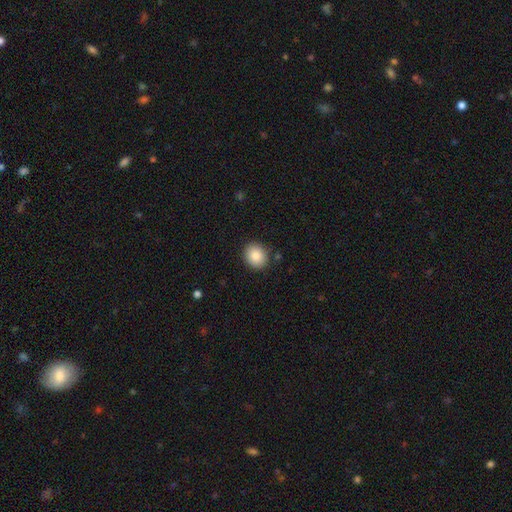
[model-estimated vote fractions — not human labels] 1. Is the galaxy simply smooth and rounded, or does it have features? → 86% smooth, 8% star or artifact, 6% featured or disk.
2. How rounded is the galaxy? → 67% round, 32% in between, 1% cigar-shaped.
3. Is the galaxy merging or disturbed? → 88% none, 8% minor disturbance, 2% major disturbance, 2% merger.